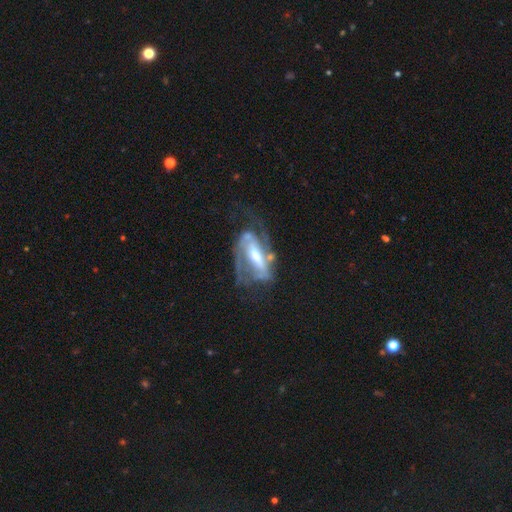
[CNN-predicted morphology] A featured or disk galaxy (85%) with a strong bar (59%), 2 (78%) medium (46%) spiral arms (89%) and a moderate central bulge (57%).

Vote fractions:
- Smooth or featured? featured or disk: 85% / smooth: 9% / star or artifact: 6%
- Edge-on disk? no: 90% / yes: 10%
- Bar? strong: 59% / weak: 28% / no: 13%
- Spiral arms? yes: 89% / no: 11%
- Spiral winding? medium: 46% / tight: 30% / loose: 24%
- Spiral arm count? 2: 78% / can't tell: 10% / 1: 6% / 3: 3% / 4: 1% / more than 4: 1%
- Bulge size? moderate: 57% / small: 30% / large: 9% / none: 3% / dominant: 1%
- Merging? none: 55% / major disturbance: 23% / minor disturbance: 20% / merger: 3%